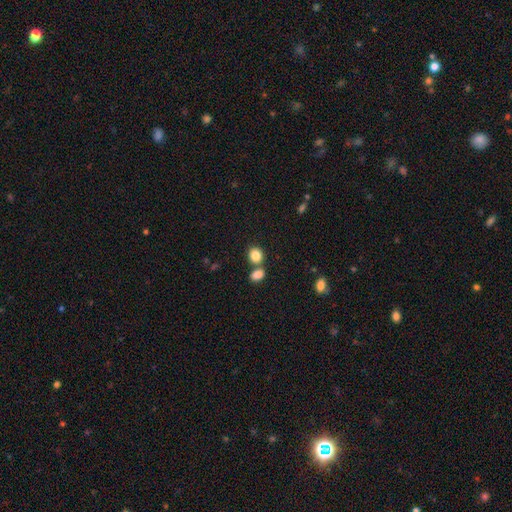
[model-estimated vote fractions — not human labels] smooth_or_featured: smooth (p=0.85) [alt: star or artifact p=0.09]
how_rounded: round (p=0.63) [alt: in between p=0.36]
merging: none (p=0.54) [alt: merger p=0.34]